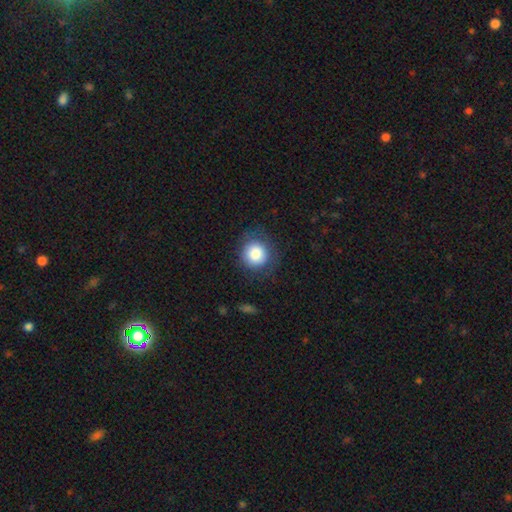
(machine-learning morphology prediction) The model was most divided on "merging": none: 79%, minor disturbance: 14%, major disturbance: 6%, merger: 1%. More confident: how rounded — round (91%); smooth or featured — smooth (83%).